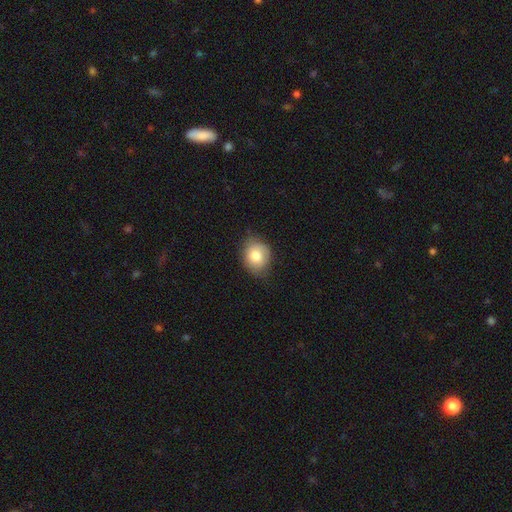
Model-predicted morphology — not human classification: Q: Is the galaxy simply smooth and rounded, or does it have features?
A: smooth — 80%.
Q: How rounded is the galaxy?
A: round — 56%.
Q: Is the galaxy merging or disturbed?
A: none — 73%.